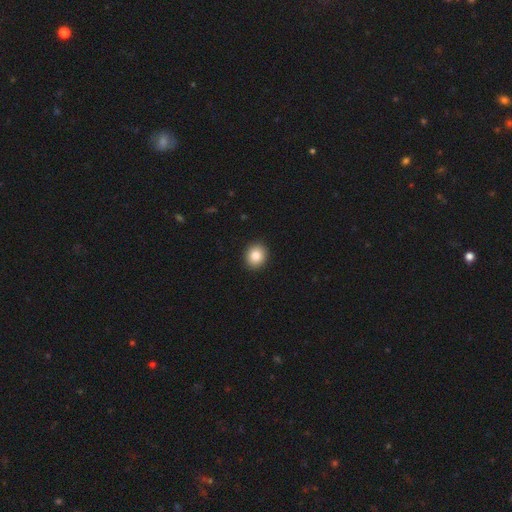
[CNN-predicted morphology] Overall: smooth (84%). How rounded: round (76%). Merging: none (92%).